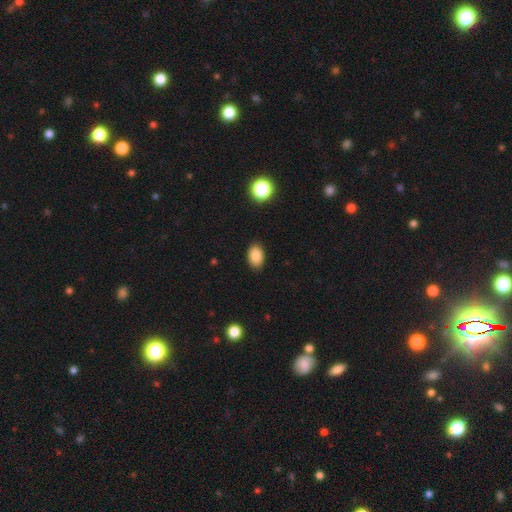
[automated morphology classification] smooth_or_featured: smooth (p=0.87) [alt: star or artifact p=0.09]
how_rounded: in between (p=0.87) [alt: round p=0.11]
merging: none (p=0.88) [alt: minor disturbance p=0.08]